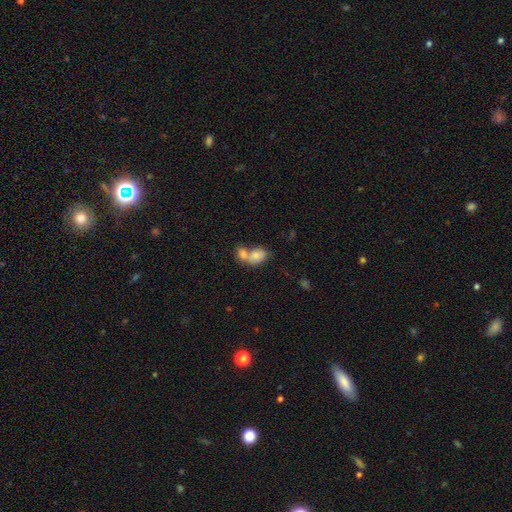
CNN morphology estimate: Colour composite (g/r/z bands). It shows a smooth galaxy with no disk features (79%) that is in between round and cigar-shaped (74%). Merging: merger (67%).